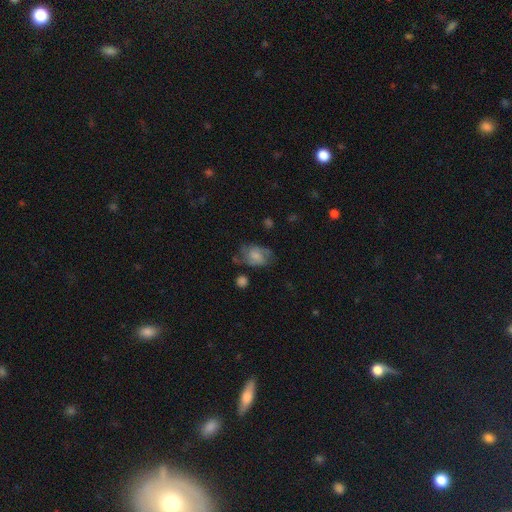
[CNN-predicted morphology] smooth-or-featured: smooth: 56% | featured or disk: 35% | star or artifact: 9%
  how-rounded: in between: 75% | round: 24% | cigar-shaped: 1%
  merging: none: 49% | minor disturbance: 28% | major disturbance: 18% | merger: 5%